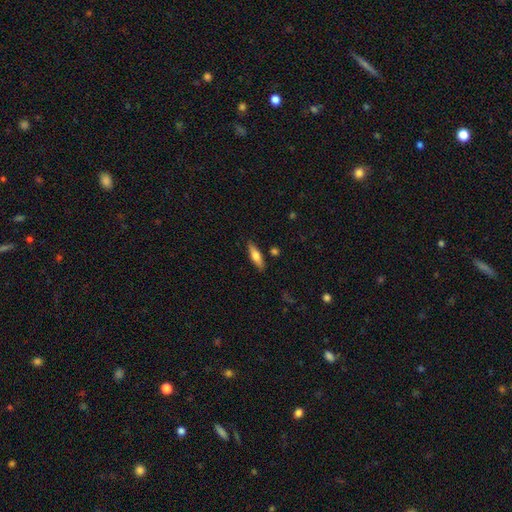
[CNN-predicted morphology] Q: Smooth or featured?
A: smooth (66%); runner-up: featured or disk (27%)
Q: How rounded?
A: cigar-shaped (54%); runner-up: in between (44%)
Q: Merging?
A: none (85%); runner-up: minor disturbance (10%)